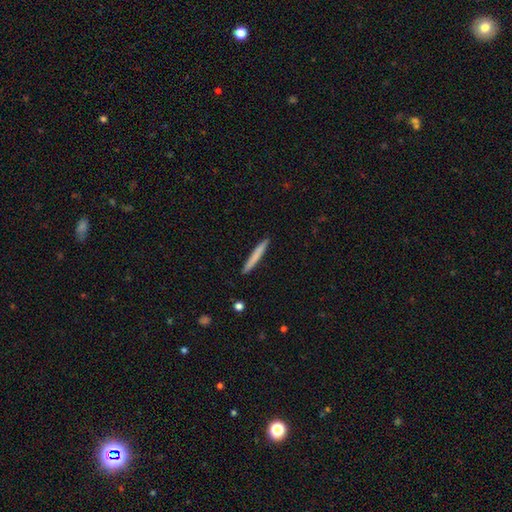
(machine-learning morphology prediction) Smooth or featured? Predicted: smooth (p=0.72). How rounded? Predicted: cigar-shaped (p=0.97). Merging? Predicted: none (p=0.92).